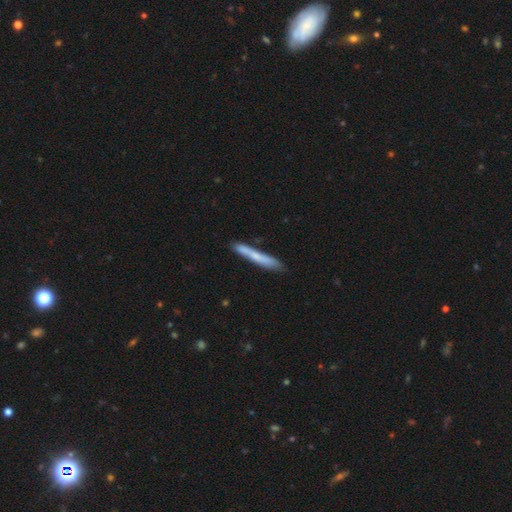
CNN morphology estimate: Overall: smooth (62%; featured or disk 32%). How rounded: cigar-shaped (95%). Merging: none (78%).